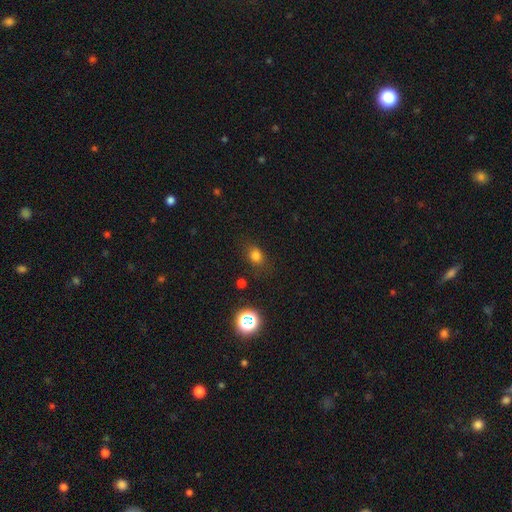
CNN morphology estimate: smooth 75%, star or artifact 18%, featured or disk 7%. Down the decision tree: how rounded — in between (51%); merging — none (76%).